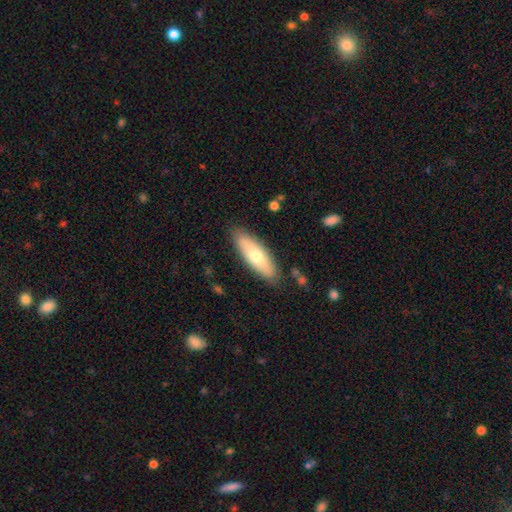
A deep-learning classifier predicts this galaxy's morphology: Smooth or featured: smooth — 65% (featured or disk — 30%)
How rounded: in between — 58% (cigar-shaped — 40%)
Merging: none — 85% (minor disturbance — 11%)